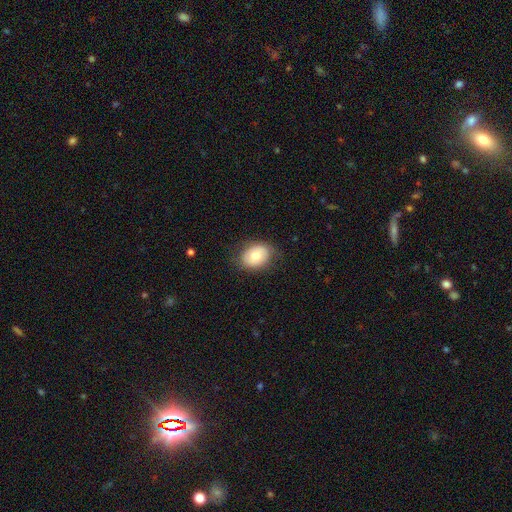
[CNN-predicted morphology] smooth-or-featured: smooth: 72% | featured or disk: 20% | star or artifact: 8%
  how-rounded: in between: 63% | round: 36% | cigar-shaped: 1%
  merging: none: 80% | minor disturbance: 15% | major disturbance: 4% | merger: 1%